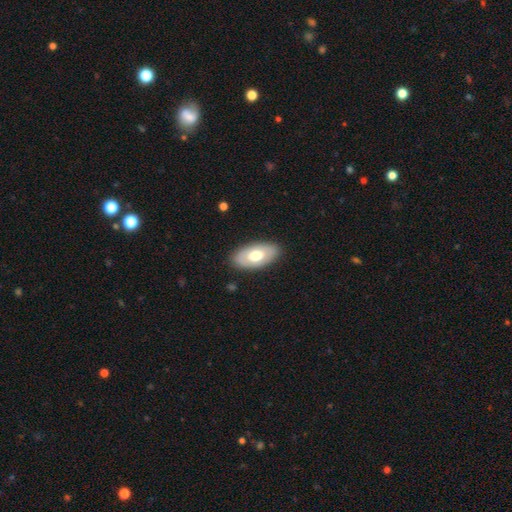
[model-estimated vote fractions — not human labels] Smooth or featured: smooth — 56% (featured or disk — 38%)
How rounded: in between — 93% (round — 4%)
Merging: none — 85% (minor disturbance — 11%)